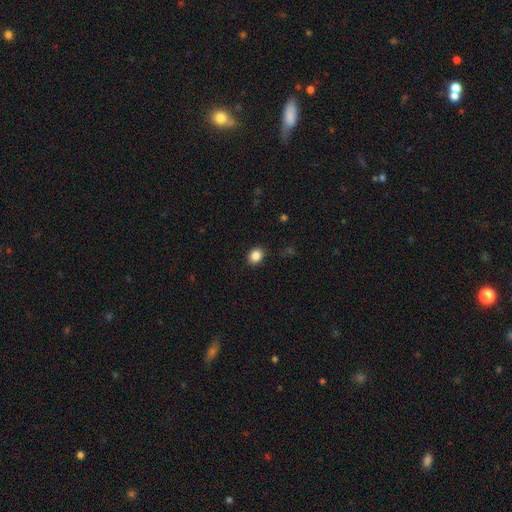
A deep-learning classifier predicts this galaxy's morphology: smooth_or_featured: smooth (p=0.86) [alt: star or artifact p=0.09]
how_rounded: round (p=0.50) [alt: in between p=0.49]
merging: none (p=0.88) [alt: minor disturbance p=0.08]